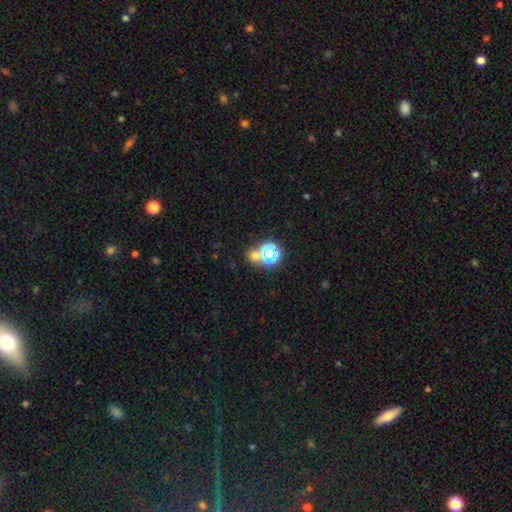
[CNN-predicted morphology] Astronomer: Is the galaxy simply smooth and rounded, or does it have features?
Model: smooth — 51% (runner-up: star or artifact, 40%).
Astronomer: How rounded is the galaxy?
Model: round — 81%.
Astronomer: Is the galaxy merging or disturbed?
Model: none — 59%.